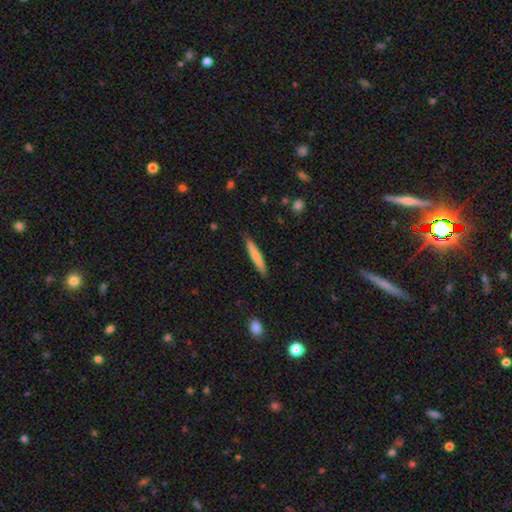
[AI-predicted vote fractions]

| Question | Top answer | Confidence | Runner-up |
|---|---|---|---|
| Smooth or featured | smooth | 66% | featured or disk (28%) |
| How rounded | cigar-shaped | 93% | in between (5%) |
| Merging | none | 88% | minor disturbance (9%) |